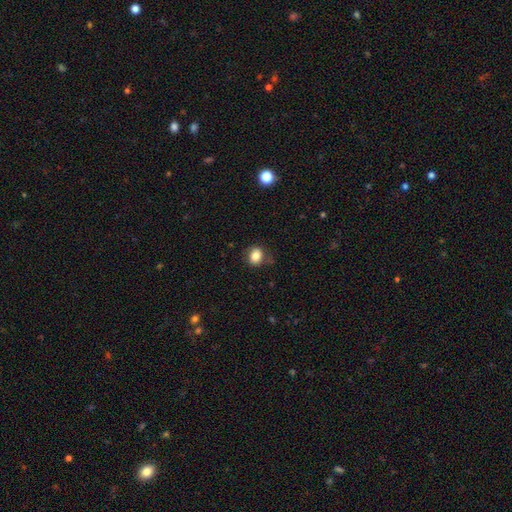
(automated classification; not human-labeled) Q: Smooth or featured?
A: smooth (83%); runner-up: star or artifact (10%)
Q: How rounded?
A: in between (50%); runner-up: round (49%)
Q: Merging?
A: none (70%); runner-up: minor disturbance (21%)